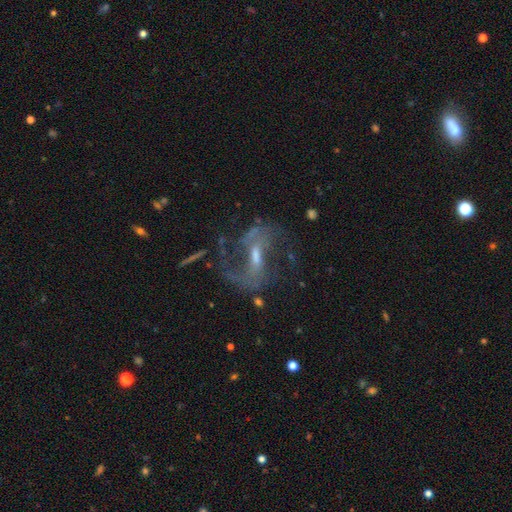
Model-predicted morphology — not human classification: type=featured or disk (82%); edge-on=no (95%); bar=weak (45%); spiral arms=yes (92%); winding=loose (48%); arm count=2 (81%); bulge=small (54%); merging=none (59%).